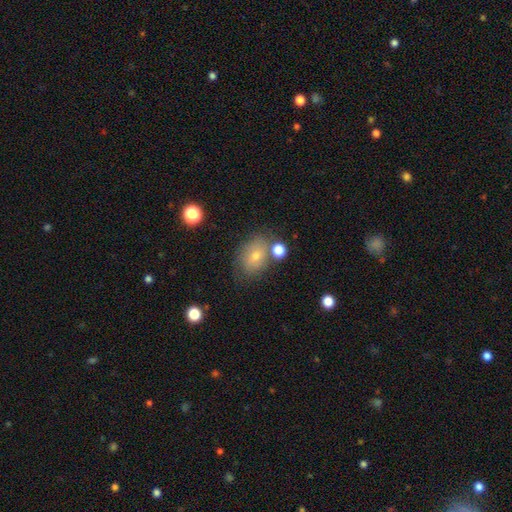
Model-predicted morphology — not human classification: Smooth or featured? Predicted: smooth (p=0.68). How rounded? Predicted: in between (p=0.60). Merging? Predicted: none (p=0.63).